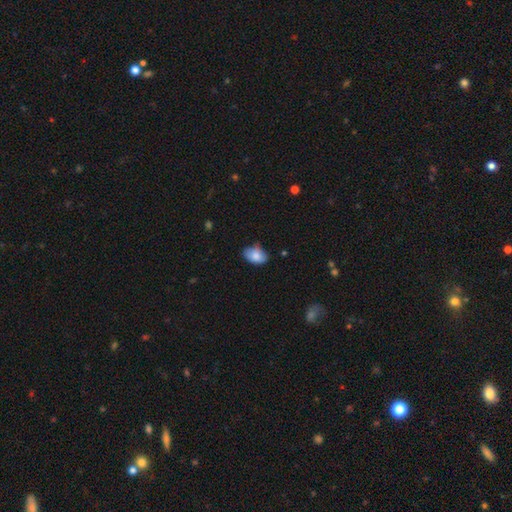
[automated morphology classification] smooth_or_featured: smooth (p=0.82) [alt: featured or disk p=0.11]
how_rounded: in between (p=0.86) [alt: round p=0.12]
merging: none (p=0.61) [alt: minor disturbance p=0.32]